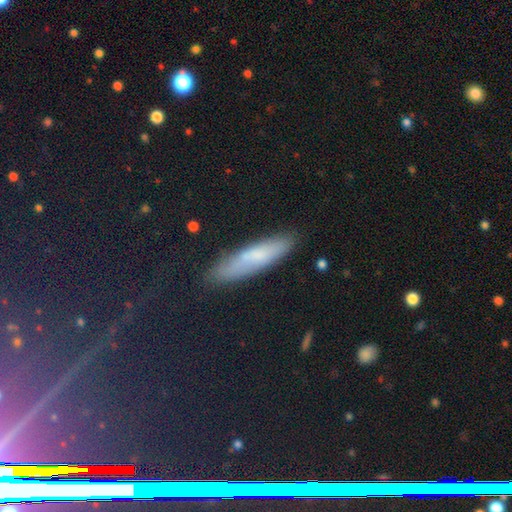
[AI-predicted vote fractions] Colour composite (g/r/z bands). It shows a smooth galaxy with no disk features (64%) that is cigar-shaped (79%). Merging: none (81%).